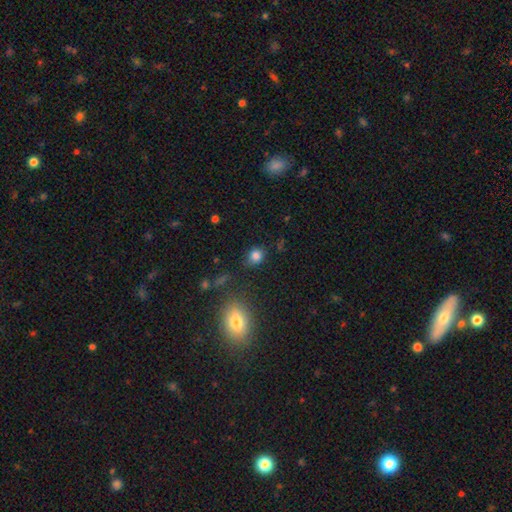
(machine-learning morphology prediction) A smooth galaxy with no disk features (82%) that is round (69%).

Vote fractions:
- Smooth or featured? smooth: 82% / star or artifact: 13% / featured or disk: 5%
- How rounded? round: 69% / in between: 30% / cigar-shaped: 1%
- Merging? none: 78% / minor disturbance: 15% / major disturbance: 4% / merger: 3%